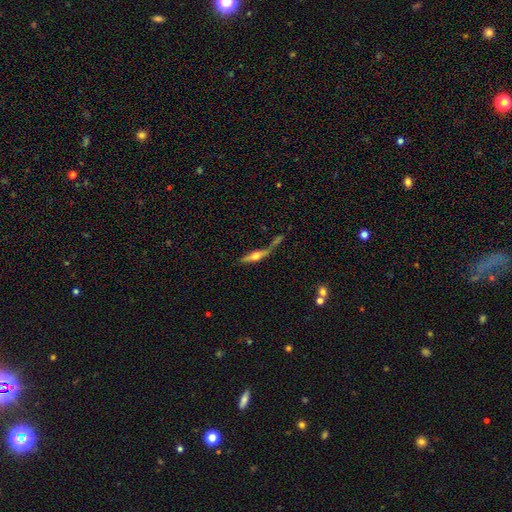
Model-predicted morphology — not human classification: The model was most divided on "merging": none: 41%, merger: 24%, minor disturbance: 19%, major disturbance: 16%. More confident: edge-on bulge — rounded (91%); edge-on disk — yes (87%); smooth or featured — featured or disk (59%).